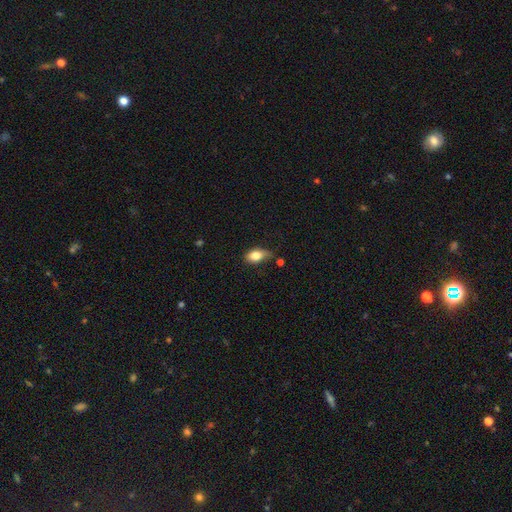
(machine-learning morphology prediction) A smooth galaxy with no disk features (79%) that is in between round and cigar-shaped (85%).

Vote fractions:
- Smooth or featured? smooth: 79% / featured or disk: 13% / star or artifact: 8%
- How rounded? in between: 85% / round: 10% / cigar-shaped: 5%
- Merging? none: 52% / minor disturbance: 35% / major disturbance: 9% / merger: 5%